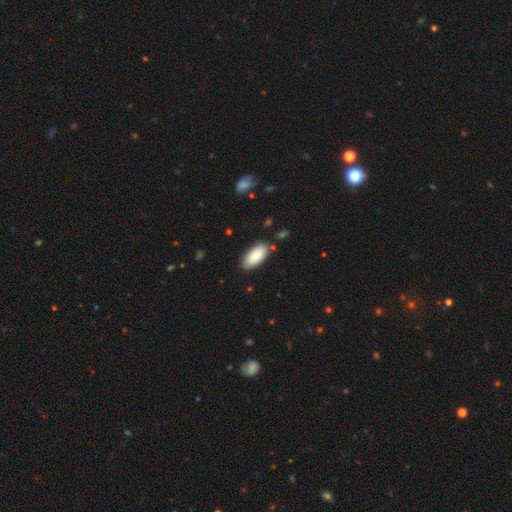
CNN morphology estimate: Smooth or featured? smooth (88%)
How rounded? in between (93%)
Merging? none (84%)